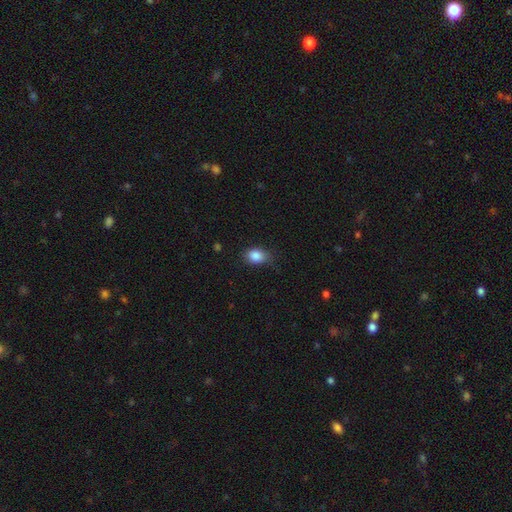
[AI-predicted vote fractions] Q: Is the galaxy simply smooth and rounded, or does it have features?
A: smooth — 87%.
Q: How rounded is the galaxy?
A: in between — 69%.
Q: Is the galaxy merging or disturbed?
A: none — 70%.